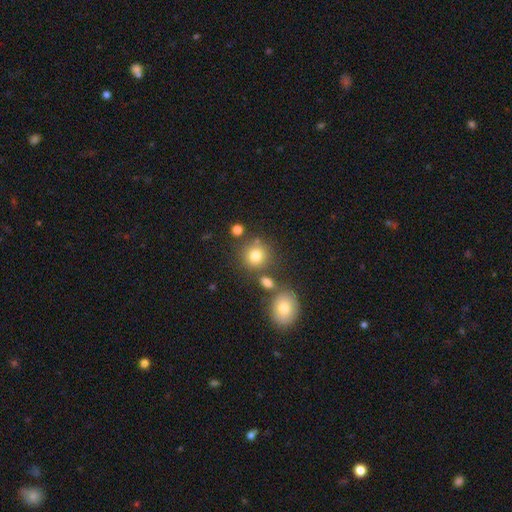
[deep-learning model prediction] smooth_or_featured: smooth (p=0.78) [alt: star or artifact p=0.14]
how_rounded: round (p=0.85) [alt: in between p=0.14]
merging: none (p=0.71) [alt: merger p=0.14]